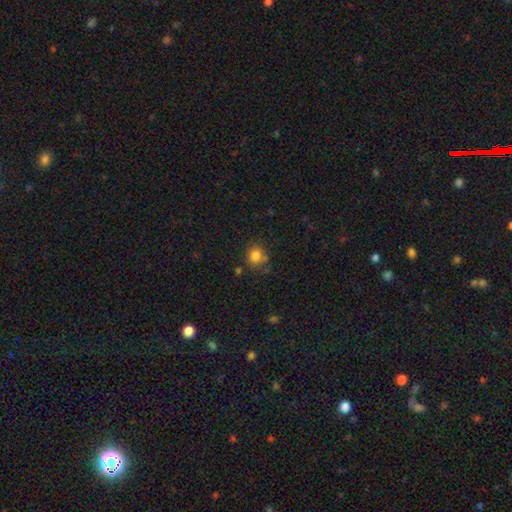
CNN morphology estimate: smooth 82%, star or artifact 12%, featured or disk 7%. Down the decision tree: how rounded — round (80%); merging — none (70%).